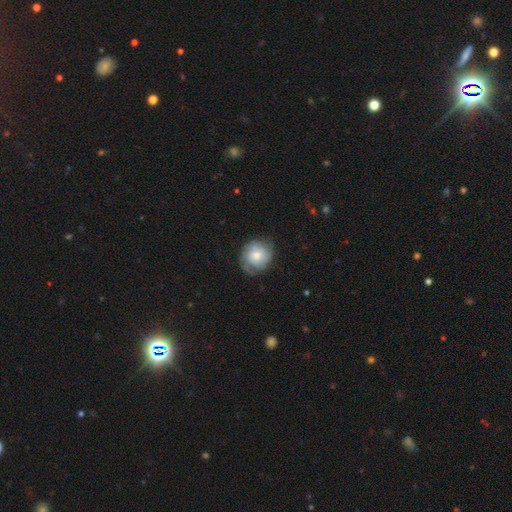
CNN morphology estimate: Smooth or featured?
  - featured or disk: 47% *
  - smooth: 46%
  - star or artifact: 7%
Merging?
  - none: 66% *
  - minor disturbance: 24%
  - major disturbance: 9%
  - merger: 1%